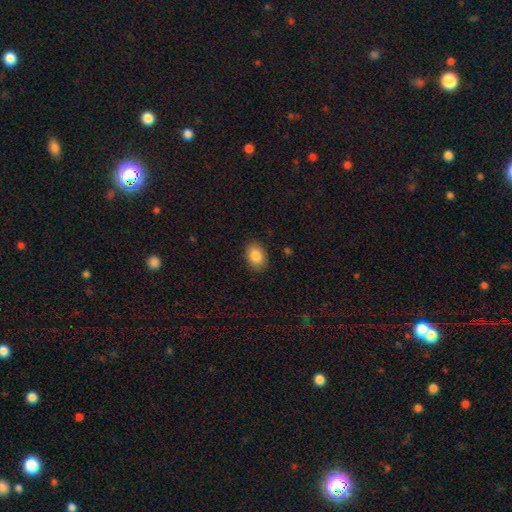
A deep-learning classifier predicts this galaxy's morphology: Smooth or featured? smooth (85%)
How rounded? in between (79%)
Merging? none (87%)